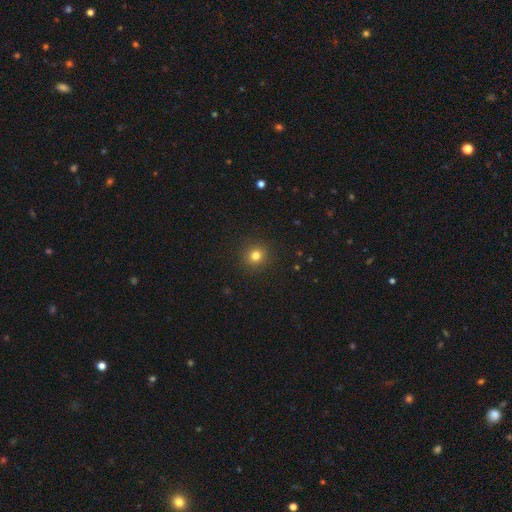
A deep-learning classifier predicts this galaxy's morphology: Q: Smooth or featured?
A: smooth (80%); runner-up: star or artifact (14%)
Q: How rounded?
A: round (92%); runner-up: in between (7%)
Q: Merging?
A: none (92%); runner-up: minor disturbance (5%)